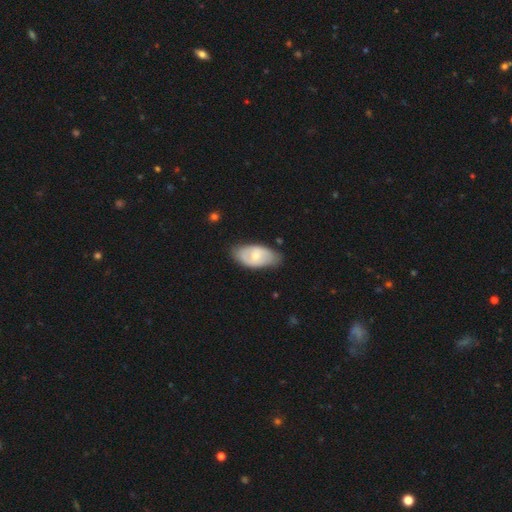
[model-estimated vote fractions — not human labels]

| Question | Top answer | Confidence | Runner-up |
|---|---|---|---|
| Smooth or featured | smooth | 48% | featured or disk (47%) |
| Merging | none | 71% | minor disturbance (23%) |